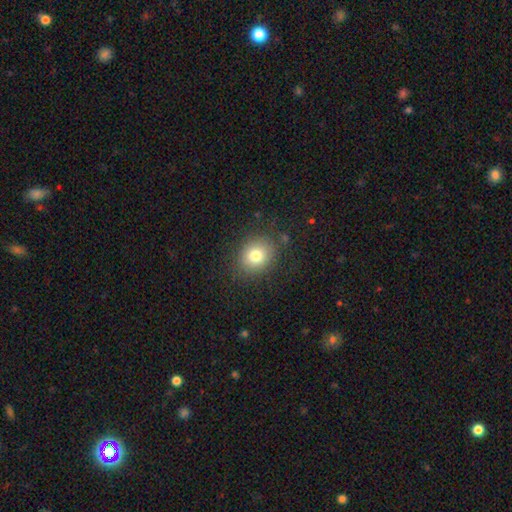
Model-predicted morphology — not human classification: Smooth or featured? smooth (78%)
How rounded? round (65%)
Merging? none (84%)